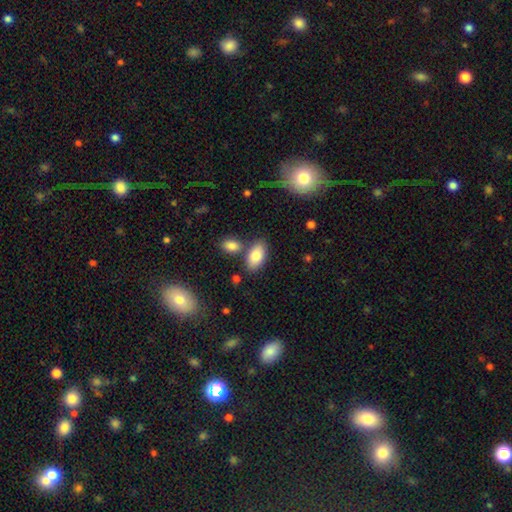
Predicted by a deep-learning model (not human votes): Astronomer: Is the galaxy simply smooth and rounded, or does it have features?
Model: smooth — 83%.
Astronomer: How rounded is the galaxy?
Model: in between — 93%.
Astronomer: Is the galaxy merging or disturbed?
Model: none — 72%.